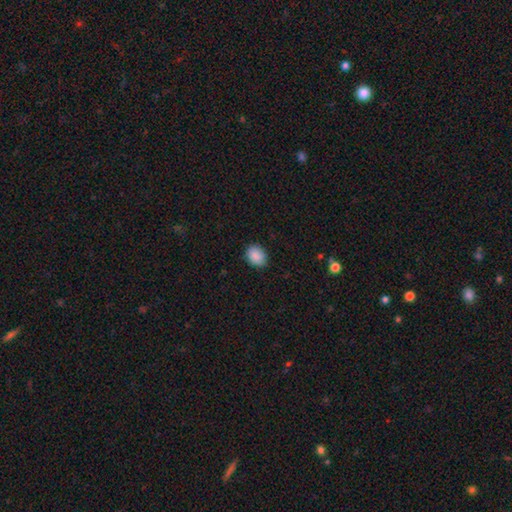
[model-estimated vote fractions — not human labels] Overall: smooth (89%). How rounded: in between (55%; round 44%). Merging: none (86%).